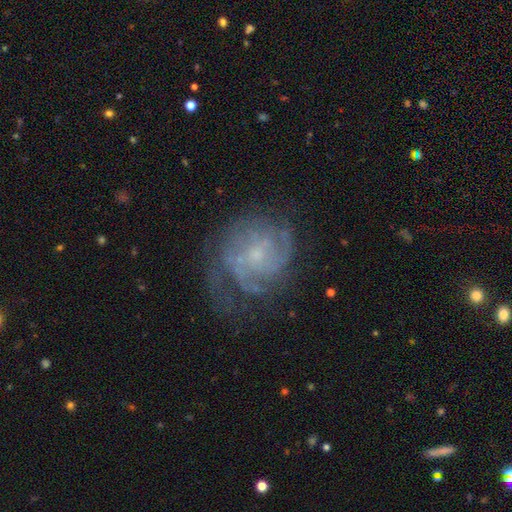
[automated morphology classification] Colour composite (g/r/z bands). It shows a featured or disk galaxy (77%) with no bar (68%), tight (52%) spiral arms (90%) and a small central bulge (69%). Merging: none (59%).